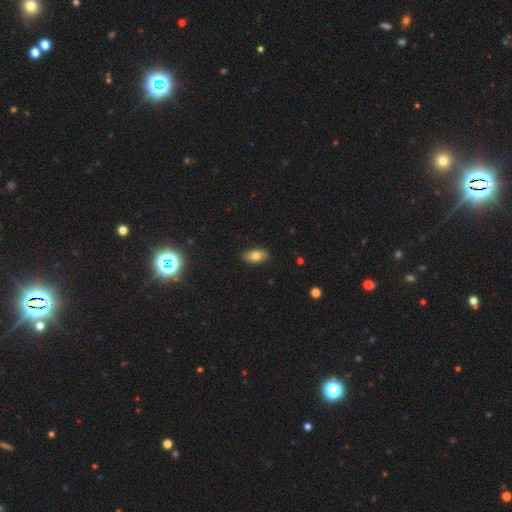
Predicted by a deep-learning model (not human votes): smooth-or-featured: smooth: 76% | featured or disk: 15% | star or artifact: 8%
  how-rounded: in between: 89% | cigar-shaped: 7% | round: 4%
  merging: none: 88% | minor disturbance: 9% | major disturbance: 2% | merger: 1%